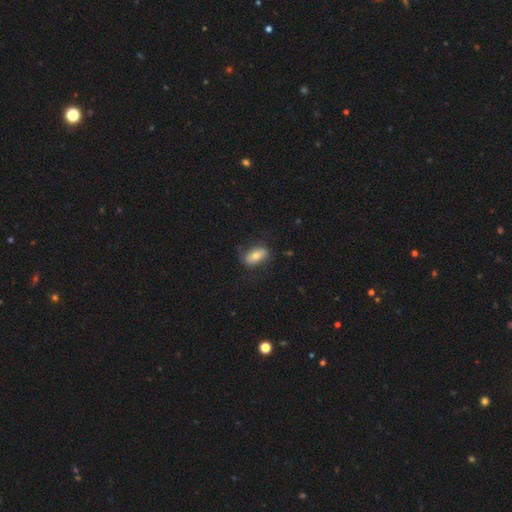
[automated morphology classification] Q: Smooth or featured?
A: smooth (66%); runner-up: featured or disk (26%)
Q: How rounded?
A: in between (88%); runner-up: round (6%)
Q: Merging?
A: none (77%); runner-up: minor disturbance (17%)